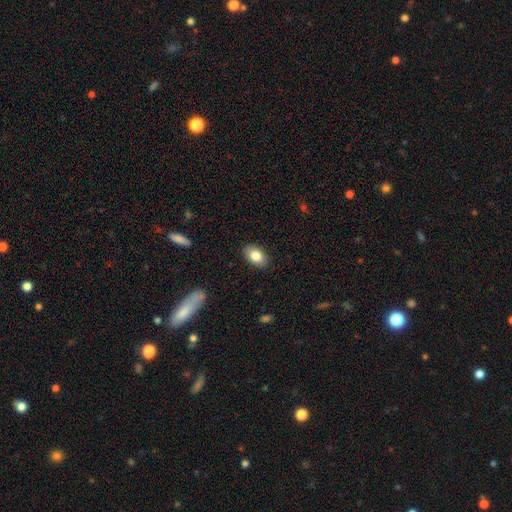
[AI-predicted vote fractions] smooth-or-featured: smooth: 83% | featured or disk: 10% | star or artifact: 7%
  how-rounded: in between: 89% | round: 9% | cigar-shaped: 1%
  merging: none: 87% | minor disturbance: 10% | major disturbance: 2% | merger: 1%